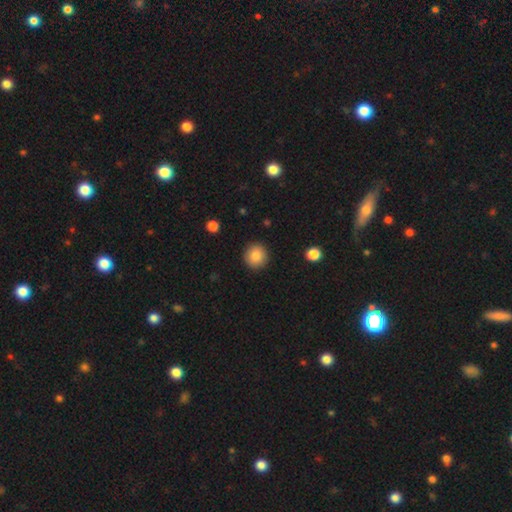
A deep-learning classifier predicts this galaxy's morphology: smooth_or_featured: smooth (p=0.85) [alt: star or artifact p=0.09]
how_rounded: round (p=0.92) [alt: in between p=0.07]
merging: none (p=0.91) [alt: minor disturbance p=0.06]